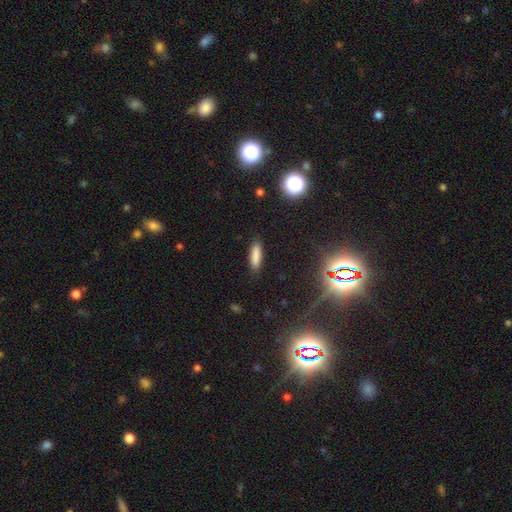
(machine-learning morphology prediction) Q: Smooth or featured?
A: smooth (85%); runner-up: star or artifact (9%)
Q: How rounded?
A: cigar-shaped (57%); runner-up: in between (41%)
Q: Merging?
A: none (87%); runner-up: minor disturbance (9%)